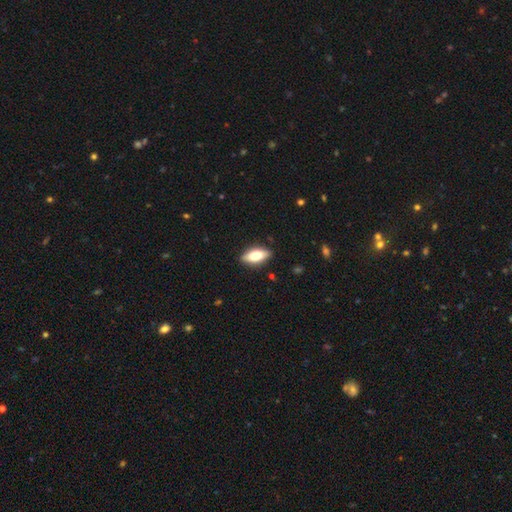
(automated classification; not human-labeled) Smooth or featured?
  - smooth: 74% *
  - featured or disk: 20%
  - star or artifact: 6%
How rounded?
  - in between: 84% *
  - cigar-shaped: 14%
  - round: 3%
Merging?
  - none: 87% *
  - minor disturbance: 10%
  - major disturbance: 2%
  - merger: 1%